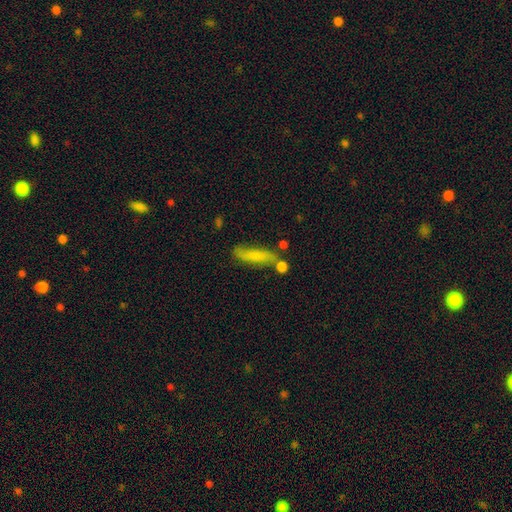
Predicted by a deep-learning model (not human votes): smooth-or-featured: smooth: 67% | featured or disk: 25% | star or artifact: 9%
  how-rounded: cigar-shaped: 75% | in between: 22% | round: 3%
  merging: none: 60% | minor disturbance: 20% | merger: 13% | major disturbance: 7%